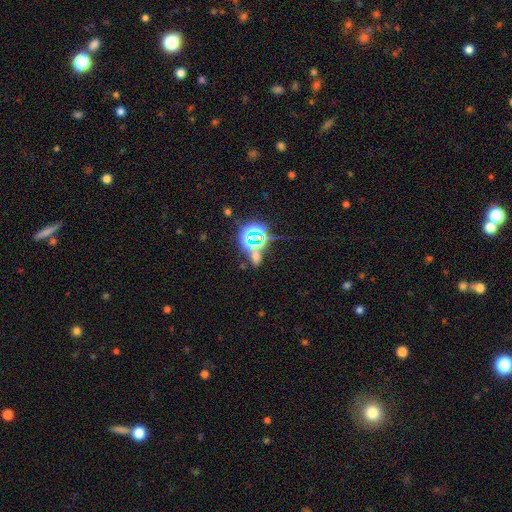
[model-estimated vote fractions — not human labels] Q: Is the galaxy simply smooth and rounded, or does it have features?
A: star or artifact — 62%.